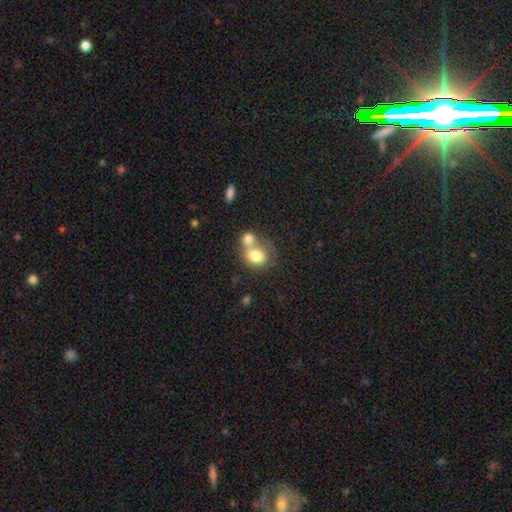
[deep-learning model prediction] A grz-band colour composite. It shows a smooth galaxy with no disk features (76%) that is round (61%). Merging: merger (59%).